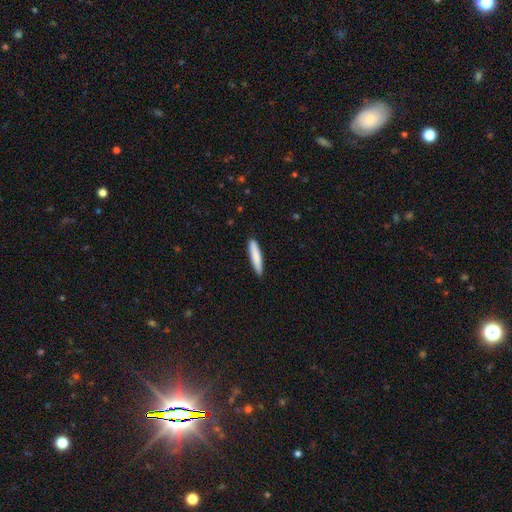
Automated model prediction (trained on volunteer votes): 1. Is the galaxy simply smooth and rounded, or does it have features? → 83% smooth, 12% featured or disk, 5% star or artifact.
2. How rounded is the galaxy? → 89% cigar-shaped, 10% in between, 1% round.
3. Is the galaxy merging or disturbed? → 90% none, 8% minor disturbance, 1% major disturbance, 1% merger.